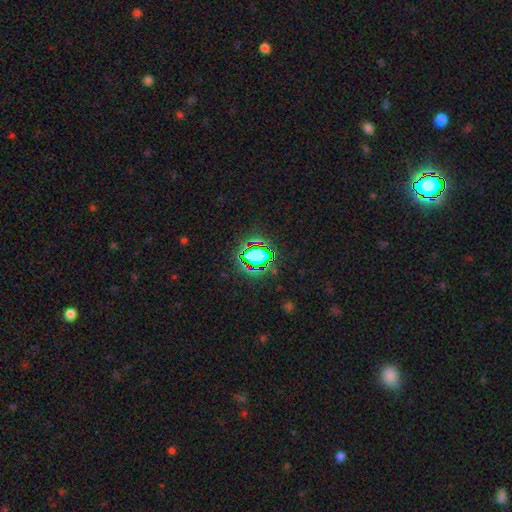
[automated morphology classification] A star or artifact, not a galaxy (75%).

Vote fractions:
- Smooth or featured? star or artifact: 75% / smooth: 16% / featured or disk: 9%